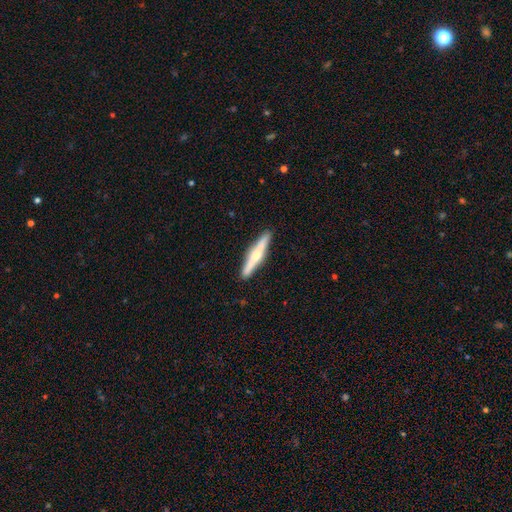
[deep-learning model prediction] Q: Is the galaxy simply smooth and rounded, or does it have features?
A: featured or disk — 57%.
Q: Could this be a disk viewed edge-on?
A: yes — 95%.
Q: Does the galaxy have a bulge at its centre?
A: rounded — 87%.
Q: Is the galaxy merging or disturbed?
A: none — 90%.